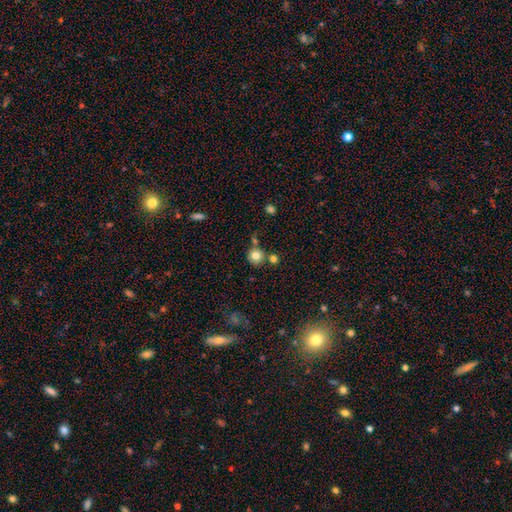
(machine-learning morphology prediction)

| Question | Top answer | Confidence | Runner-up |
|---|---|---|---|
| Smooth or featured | smooth | 79% | star or artifact (11%) |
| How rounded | round | 90% | in between (9%) |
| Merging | none | 70% | merger (15%) |